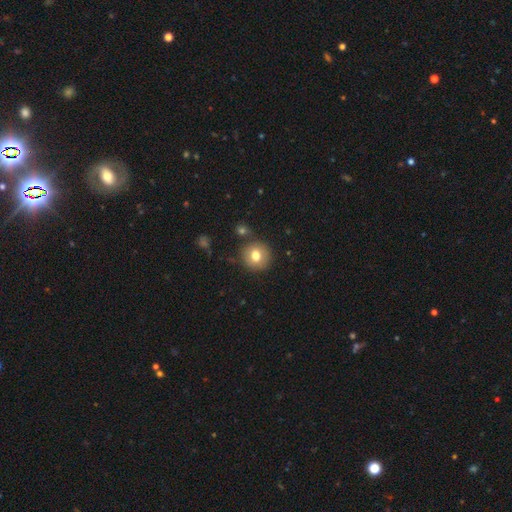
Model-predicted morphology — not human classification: Q: Smooth or featured?
A: smooth (76%); runner-up: featured or disk (13%)
Q: How rounded?
A: round (91%); runner-up: in between (8%)
Q: Merging?
A: none (83%); runner-up: minor disturbance (9%)